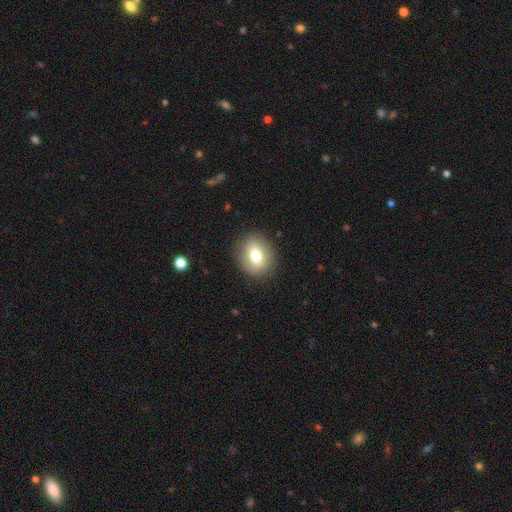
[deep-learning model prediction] This appears to be a smooth galaxy with no disk features (70%) that is round (54%). Merging: none (88%).